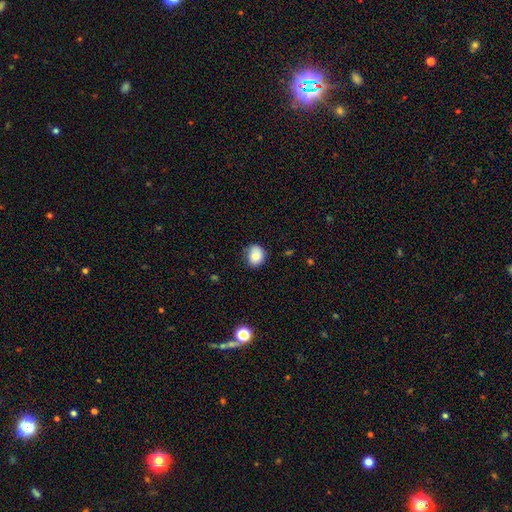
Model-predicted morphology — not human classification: A smooth galaxy with no disk features (79%) that is round (68%).

Vote fractions:
- Smooth or featured? smooth: 79% / featured or disk: 12% / star or artifact: 9%
- How rounded? round: 68% / in between: 31% / cigar-shaped: 1%
- Merging? none: 71% / minor disturbance: 23% / major disturbance: 5% / merger: 1%